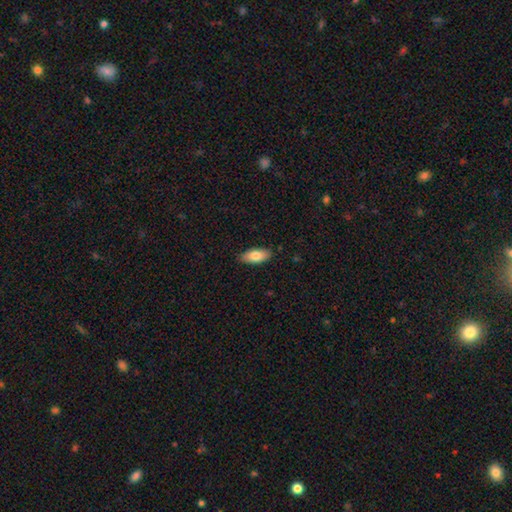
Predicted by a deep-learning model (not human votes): Smooth or featured: smooth — 79% (featured or disk — 14%)
How rounded: in between — 85% (cigar-shaped — 12%)
Merging: none — 87% (minor disturbance — 10%)